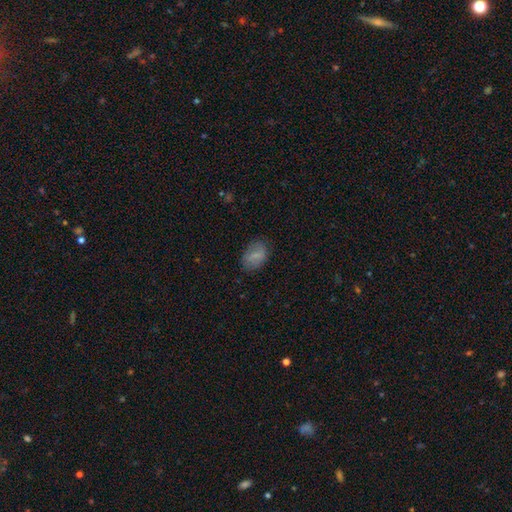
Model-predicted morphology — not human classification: A smooth galaxy with no disk features (75%) that is in between round and cigar-shaped (81%).

Vote fractions:
- Smooth or featured? smooth: 75% / featured or disk: 16% / star or artifact: 8%
- How rounded? in between: 81% / round: 17% / cigar-shaped: 1%
- Merging? none: 78% / minor disturbance: 16% / major disturbance: 5% / merger: 1%